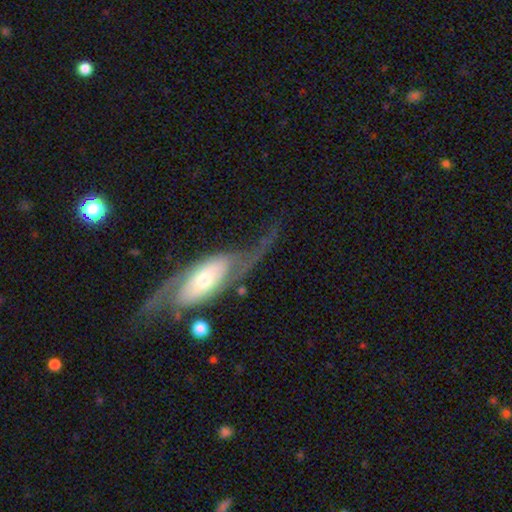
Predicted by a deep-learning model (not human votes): smooth_or_featured: featured or disk (p=0.85) [alt: smooth p=0.08]
disk_edge_on: no (p=0.82) [alt: yes p=0.18]
bar: no (p=0.41) [alt: weak p=0.35]
has_spiral_arms: yes (p=0.94) [alt: no p=0.06]
spiral_winding: loose (p=0.44) [alt: medium p=0.41]
spiral_arm_count: 2 (p=0.89) [alt: can't tell p=0.05]
bulge_size: moderate (p=0.44) [alt: small p=0.37]
merging: none (p=0.68) [alt: minor disturbance p=0.16]